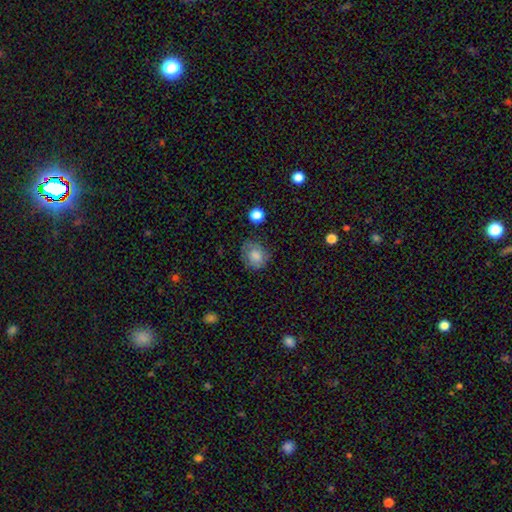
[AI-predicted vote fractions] Overall: smooth (77%). How rounded: round (65%; in between 34%). Merging: none (74%).